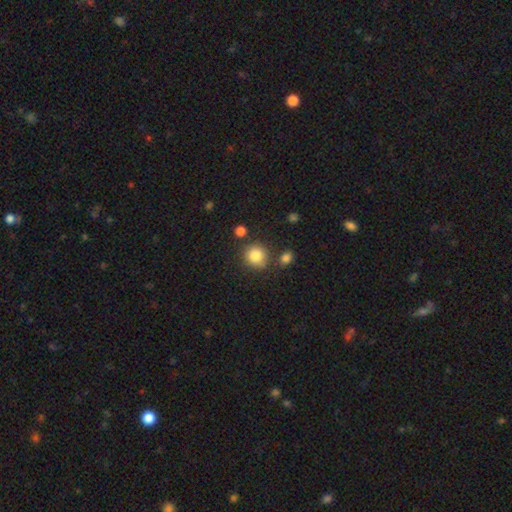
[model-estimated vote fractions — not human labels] smooth-or-featured: smooth: 84% | star or artifact: 10% | featured or disk: 6%
  how-rounded: round: 87% | in between: 12% | cigar-shaped: 1%
  merging: none: 77% | minor disturbance: 12% | merger: 8% | major disturbance: 3%